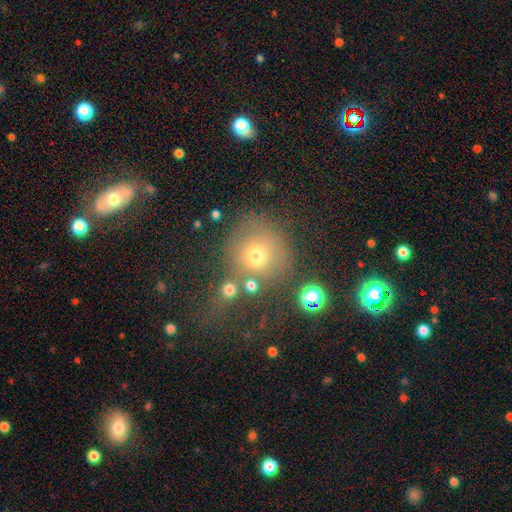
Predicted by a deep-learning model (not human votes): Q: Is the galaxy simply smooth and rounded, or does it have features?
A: smooth — 67%.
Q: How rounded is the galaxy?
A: round — 89%.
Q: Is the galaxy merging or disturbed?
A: none — 57%.